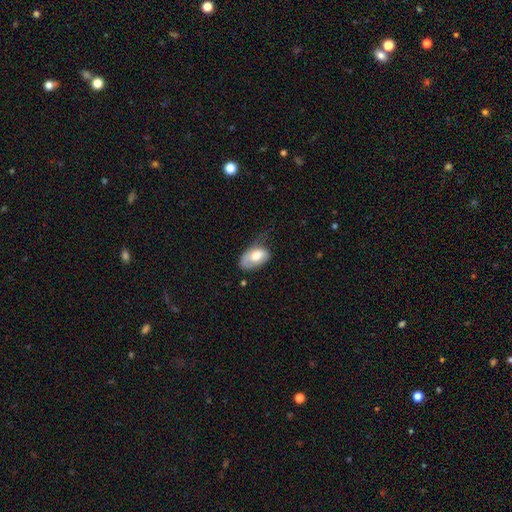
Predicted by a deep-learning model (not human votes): A smooth galaxy with no disk features (66%) that is in between round and cigar-shaped (92%).

Vote fractions:
- Smooth or featured? smooth: 66% / featured or disk: 28% / star or artifact: 6%
- How rounded? in between: 92% / round: 7% / cigar-shaped: 2%
- Merging? minor disturbance: 39% / none: 33% / major disturbance: 25% / merger: 3%